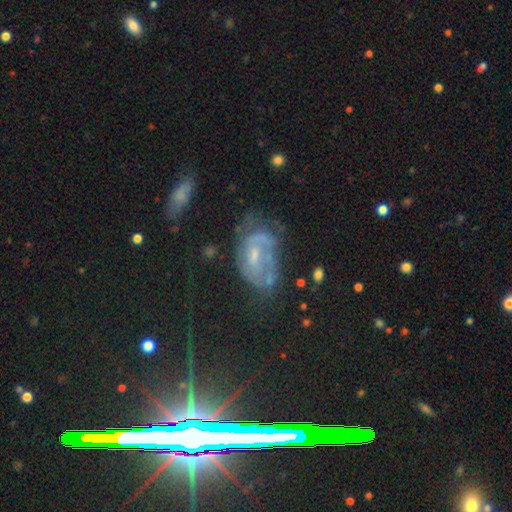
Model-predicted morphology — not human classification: smooth-or-featured: featured or disk: 54% | smooth: 26% | star or artifact: 20%
  disk-edge-on: no: 96% | yes: 4%
    bar: no: 54% | weak: 37% | strong: 9%
    has-spiral-arms: yes: 57% | no: 43%
    bulge-size: small: 49% | moderate: 33% | none: 14% | large: 3% | dominant: 2%
  merging: none: 35% | major disturbance: 31% | minor disturbance: 26% | merger: 7%